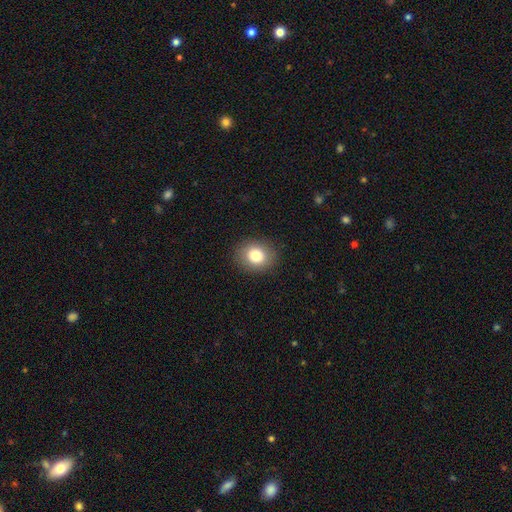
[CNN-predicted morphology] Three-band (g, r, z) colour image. It shows a smooth galaxy with no disk features (82%) that is round (62%). Merging: none (89%).